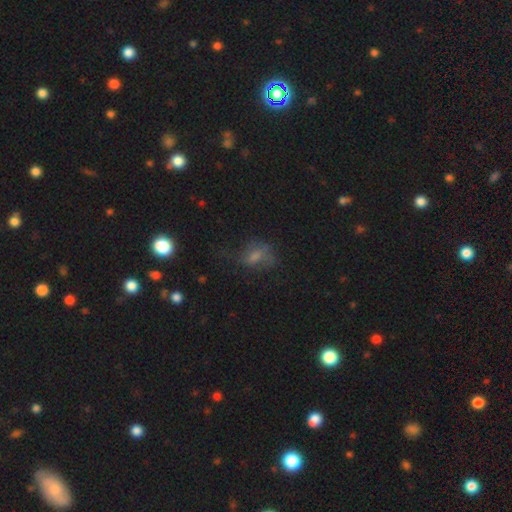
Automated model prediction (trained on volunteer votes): A smooth galaxy with no disk features (55%) that is in between round and cigar-shaped (69%). Merging: none (42%).